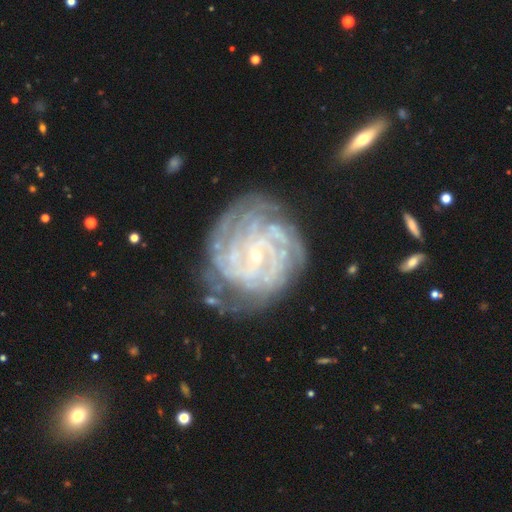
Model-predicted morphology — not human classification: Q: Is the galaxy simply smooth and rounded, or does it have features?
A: featured or disk — 88%.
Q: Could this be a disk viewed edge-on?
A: no — 97%.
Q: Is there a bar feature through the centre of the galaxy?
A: no — 55%.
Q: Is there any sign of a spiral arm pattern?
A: yes — 97%.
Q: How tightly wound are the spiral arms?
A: tight — 79%.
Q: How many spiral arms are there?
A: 4 — 26%.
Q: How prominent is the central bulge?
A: small — 81%.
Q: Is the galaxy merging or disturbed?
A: none — 72%.